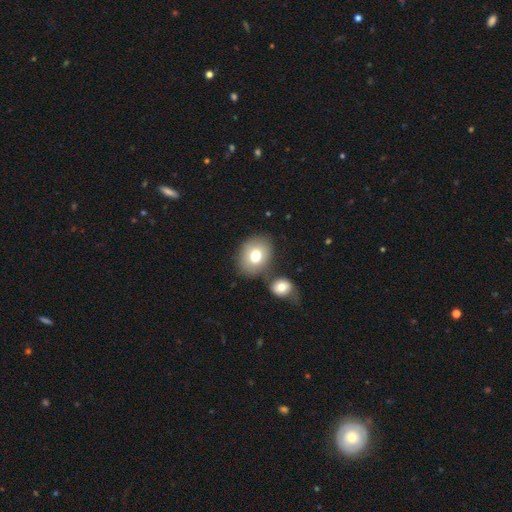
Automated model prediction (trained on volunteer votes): This appears to be a smooth galaxy with no disk features (75%) that is round (53%). Merging: none (68%).